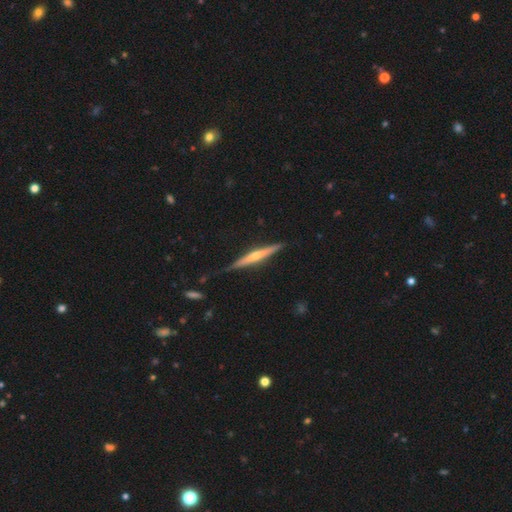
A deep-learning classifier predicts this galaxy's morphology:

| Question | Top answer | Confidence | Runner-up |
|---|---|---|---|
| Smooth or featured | featured or disk | 71% | smooth (24%) |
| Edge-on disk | yes | 97% | no (3%) |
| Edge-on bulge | rounded | 80% | none (15%) |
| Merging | none | 83% | minor disturbance (13%) |